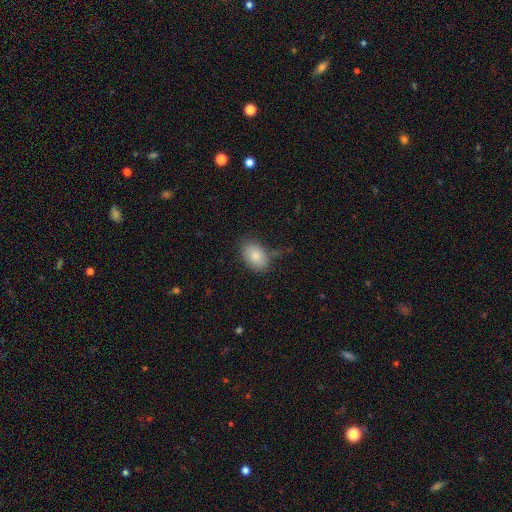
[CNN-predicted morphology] type=smooth (86%); roundness=in between (85%); merging=none (73%).